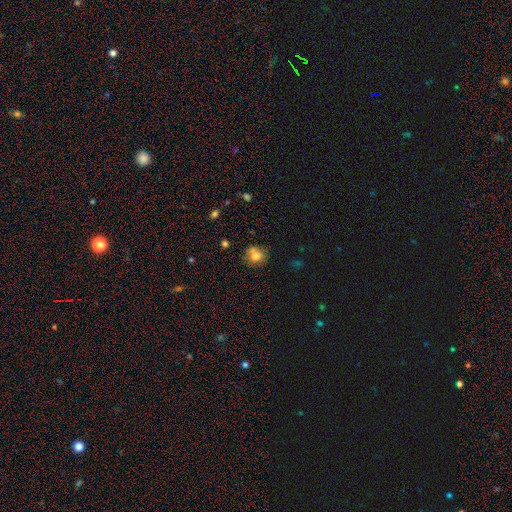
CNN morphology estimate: This appears to be a smooth galaxy with no disk features (73%) that is round (78%). Merging: none (62%).